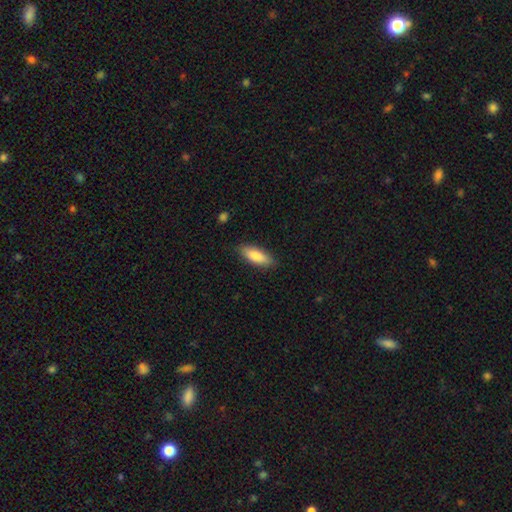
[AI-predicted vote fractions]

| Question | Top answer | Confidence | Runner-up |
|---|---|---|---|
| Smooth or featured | smooth | 84% | featured or disk (10%) |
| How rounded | in between | 69% | cigar-shaped (30%) |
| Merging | none | 86% | minor disturbance (11%) |